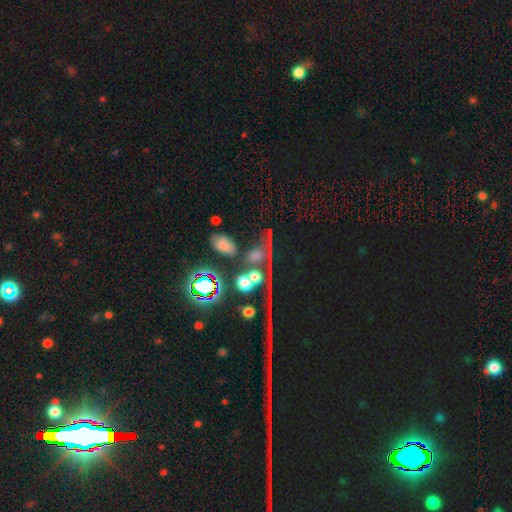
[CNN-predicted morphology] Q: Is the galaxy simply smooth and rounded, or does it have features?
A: star or artifact — 38%.